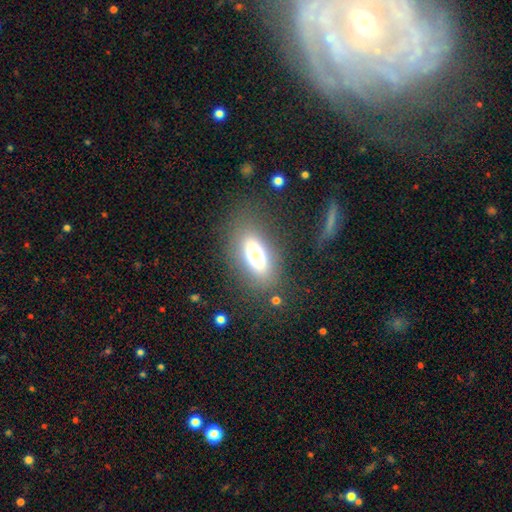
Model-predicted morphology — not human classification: smooth-or-featured: smooth: 71% | featured or disk: 17% | star or artifact: 11%
  how-rounded: in between: 81% | cigar-shaped: 12% | round: 7%
  merging: none: 78% | minor disturbance: 12% | major disturbance: 7% | merger: 2%